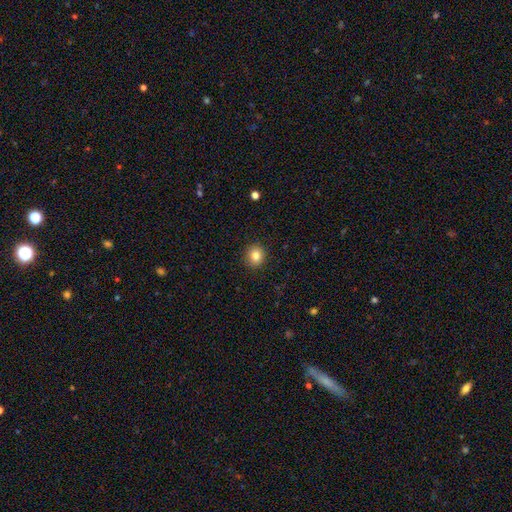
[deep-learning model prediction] Smooth or featured: smooth — 83% (star or artifact — 10%)
How rounded: round — 84% (in between — 15%)
Merging: none — 91% (minor disturbance — 6%)